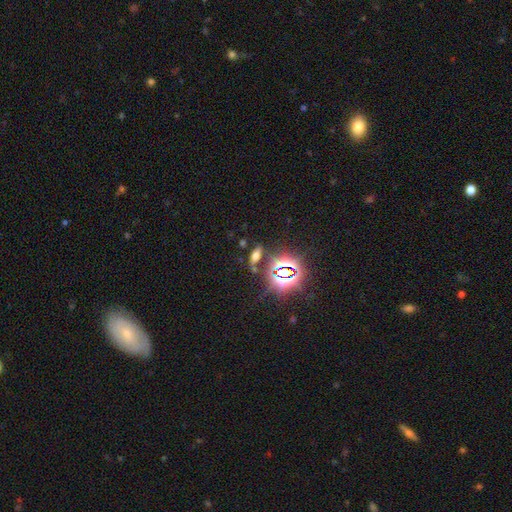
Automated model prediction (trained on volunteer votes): A smooth galaxy with no disk features (40%).

Vote fractions:
- Smooth or featured? smooth: 40% / star or artifact: 39% / featured or disk: 20%
- Merging? none: 78% / minor disturbance: 11% / merger: 6% / major disturbance: 5%